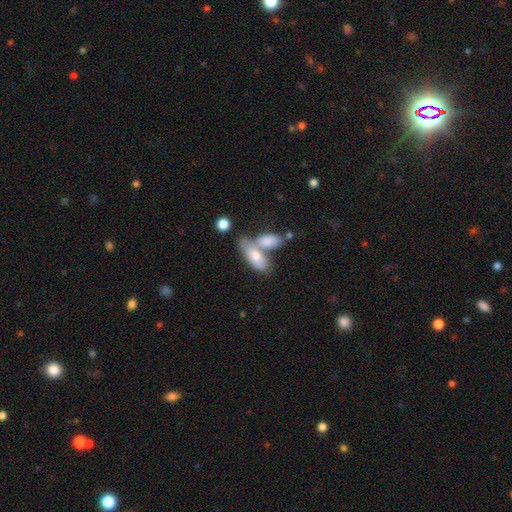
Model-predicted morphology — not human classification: This appears to be a smooth galaxy with no disk features (76%) that is in between round and cigar-shaped (78%). Merging: merger (50%).